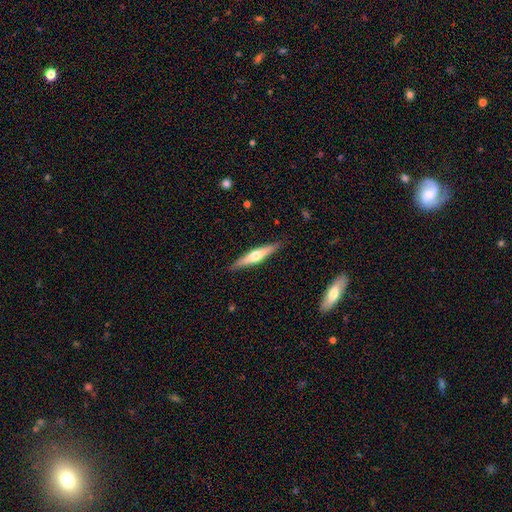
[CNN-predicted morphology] A featured or disk galaxy (55%) viewed edge-on (96%) with a rounded central bulge (89%). Merging: none (89%).